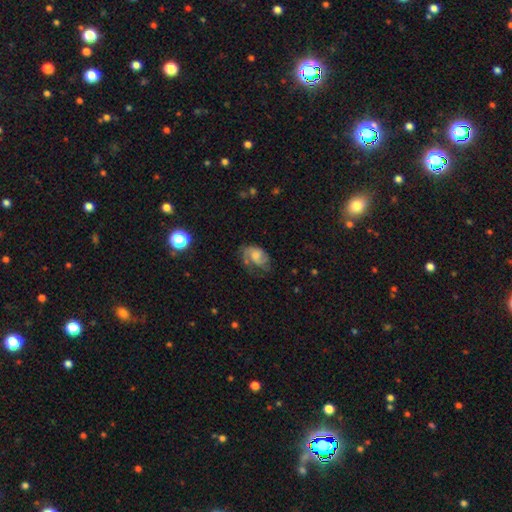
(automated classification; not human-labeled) The model was most divided on "bulge size" (2-way tie): moderate: 29%, small: 29%, none: 27%, large: 13%, dominant: 2%. Remaining: edge-on disk — no (97%); spiral arms — yes (87%); bar — no (65%); smooth or featured — featured or disk (63%); spiral arm count — 2 (52%); merging — none (46%); spiral winding — medium (44%).